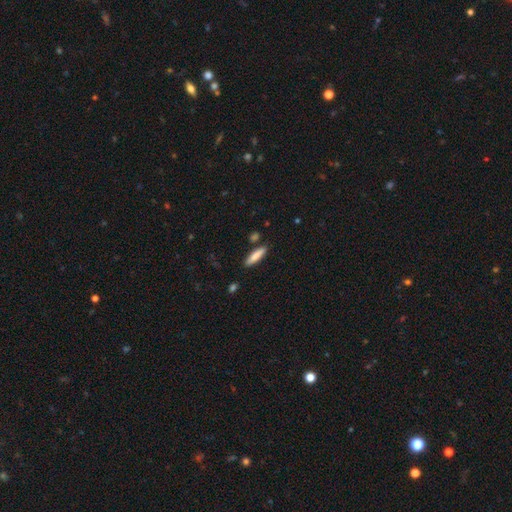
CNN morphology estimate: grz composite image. It shows a smooth galaxy with no disk features (82%) that is cigar-shaped (71%). Merging: none (85%).